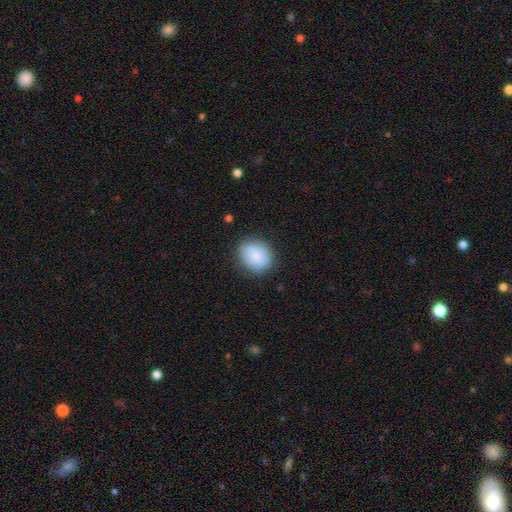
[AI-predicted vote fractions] Smooth or featured? Predicted: smooth (p=0.85). How rounded? Predicted: round (p=0.61). Merging? Predicted: none (p=0.82).